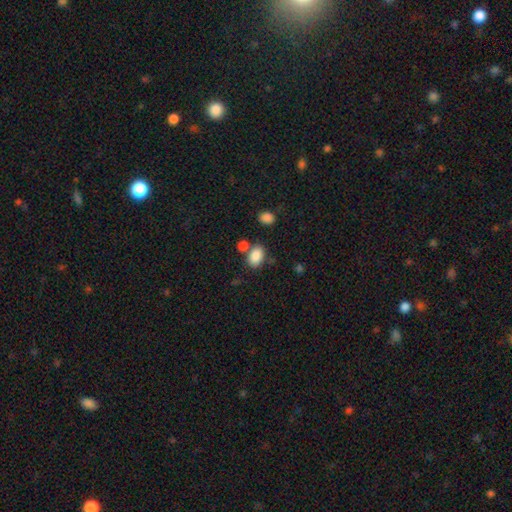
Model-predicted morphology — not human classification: Q: Smooth or featured?
A: smooth (86%); runner-up: star or artifact (9%)
Q: How rounded?
A: in between (81%); runner-up: round (18%)
Q: Merging?
A: none (63%); runner-up: merger (19%)